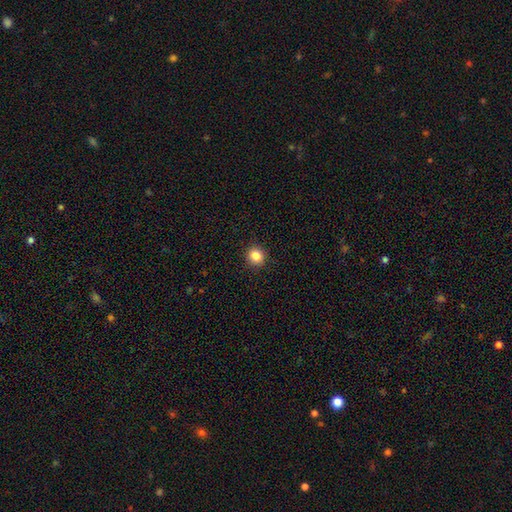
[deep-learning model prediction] smooth 84%, star or artifact 11%, featured or disk 5%. Down the decision tree: how rounded — round (87%); merging — none (92%).